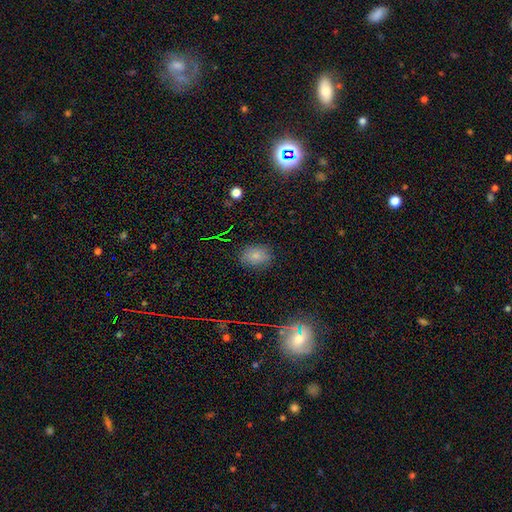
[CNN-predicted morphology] smooth_or_featured: smooth (p=0.78) [alt: star or artifact p=0.14]
how_rounded: in between (p=0.67) [alt: round p=0.32]
merging: none (p=0.83) [alt: minor disturbance p=0.12]